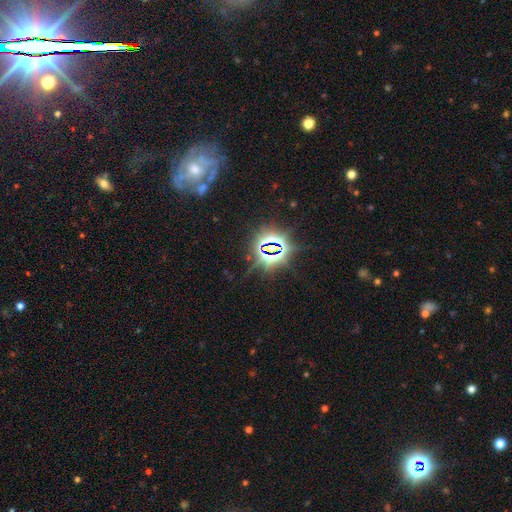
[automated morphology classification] star or artifact 71%, featured or disk 15%, smooth 14%.